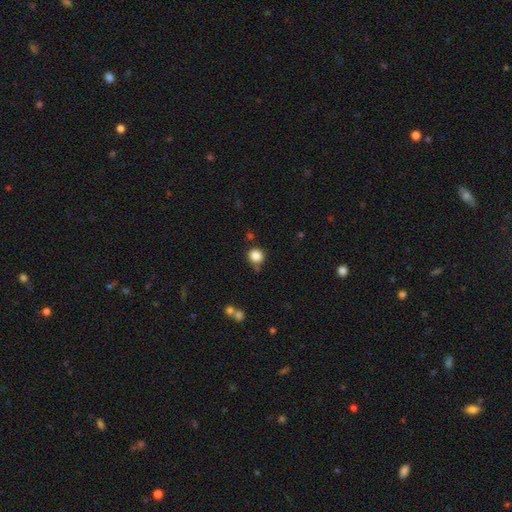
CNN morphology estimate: smooth 85%, star or artifact 11%, featured or disk 4%. Down the decision tree: how rounded — round (89%); merging — none (73%).